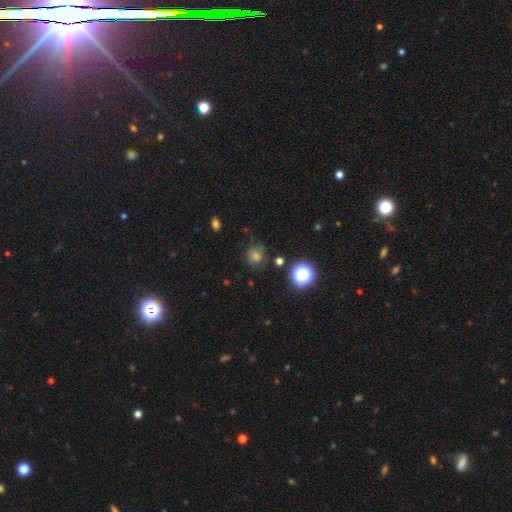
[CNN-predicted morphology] The model was most divided on "smooth or featured": smooth: 65%, star or artifact: 26%, featured or disk: 9%. More confident: how rounded — round (87%); merging — none (75%).